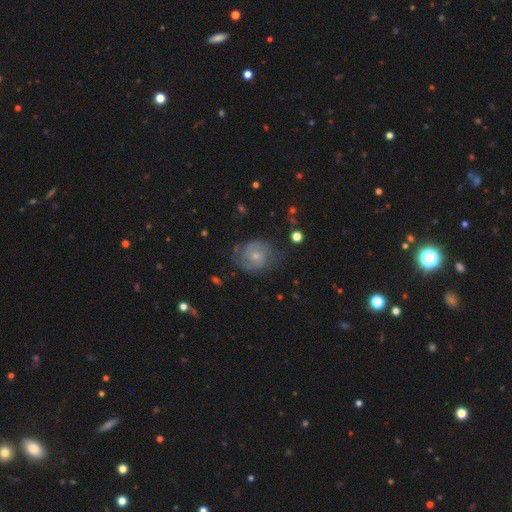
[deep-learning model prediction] Overall: featured or disk (66%). Edge-on disk: no (98%). Bar: no (69%). Spiral arms: yes (86%). Spiral arm count: 2 (60%; can't tell 25%). Spiral winding: tight (46%; medium 39%). Bulge size: small (58%; moderate 35%). Merging: none (61%; minor disturbance 24%).